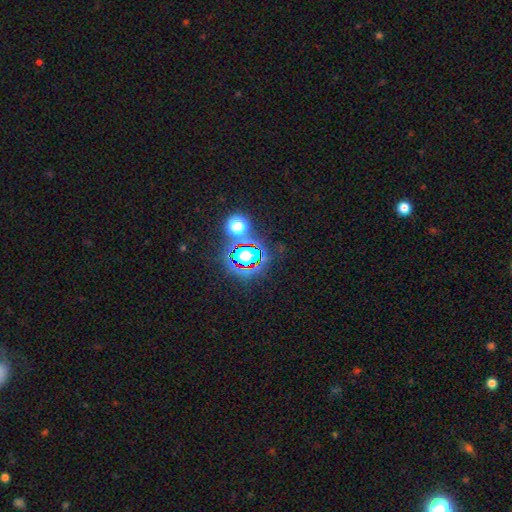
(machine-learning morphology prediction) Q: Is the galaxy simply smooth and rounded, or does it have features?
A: star or artifact — 77%.